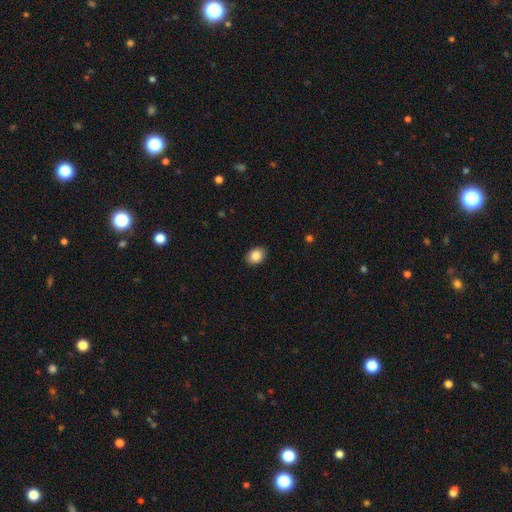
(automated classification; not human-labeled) A smooth galaxy with no disk features (87%) that is in between round and cigar-shaped (62%). Merging: none (90%).